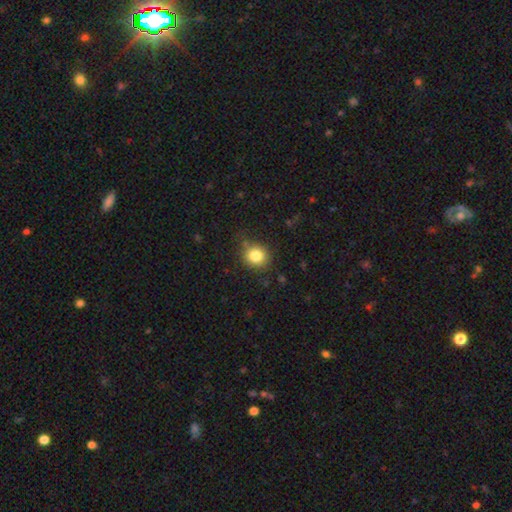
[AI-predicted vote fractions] smooth 82%, star or artifact 11%, featured or disk 7%. Down the decision tree: how rounded — round (86%); merging — none (82%).